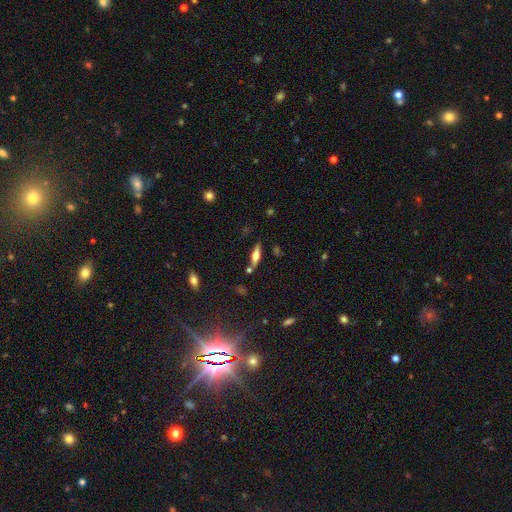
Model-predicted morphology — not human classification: The model was most divided on "smooth or featured": featured or disk: 57%, smooth: 36%, star or artifact: 8%. More confident: edge-on disk — yes (94%); edge-on bulge — rounded (89%); merging — none (80%).